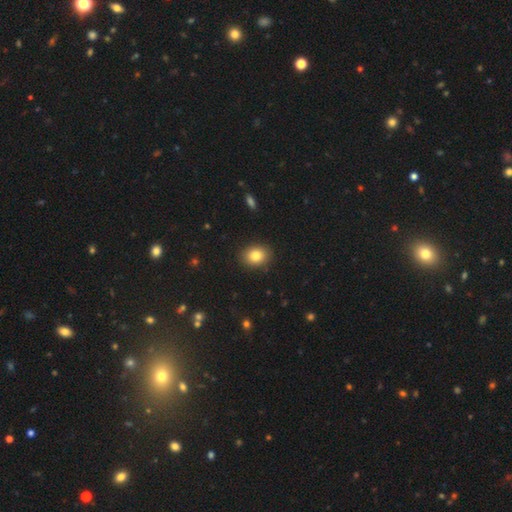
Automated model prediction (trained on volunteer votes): Smooth or featured: smooth — 83% (star or artifact — 10%)
How rounded: in between — 52% (round — 48%)
Merging: none — 89% (minor disturbance — 8%)